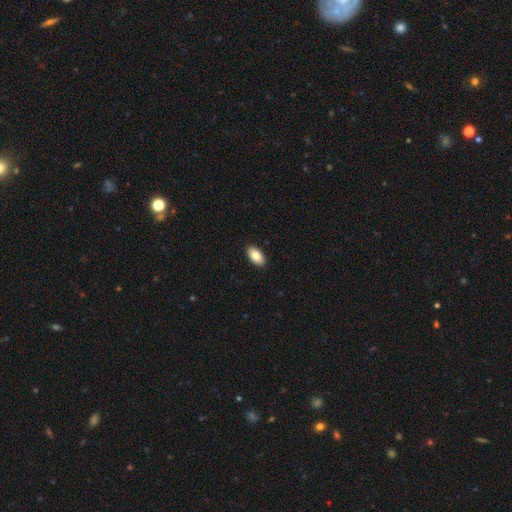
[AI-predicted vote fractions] Smooth or featured? Predicted: smooth (p=0.82). How rounded? Predicted: in between (p=0.94). Merging? Predicted: none (p=0.91).